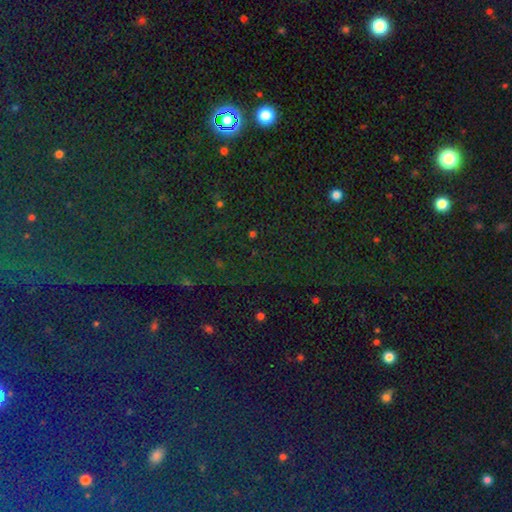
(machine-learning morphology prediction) Smooth or featured: star or artifact — 81% (smooth — 11%)